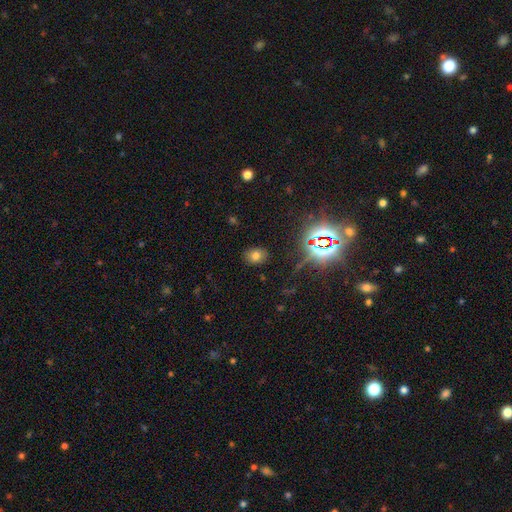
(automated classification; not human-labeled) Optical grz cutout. It shows a smooth galaxy with no disk features (67%) that is in between round and cigar-shaped (56%). Merging: none (86%).